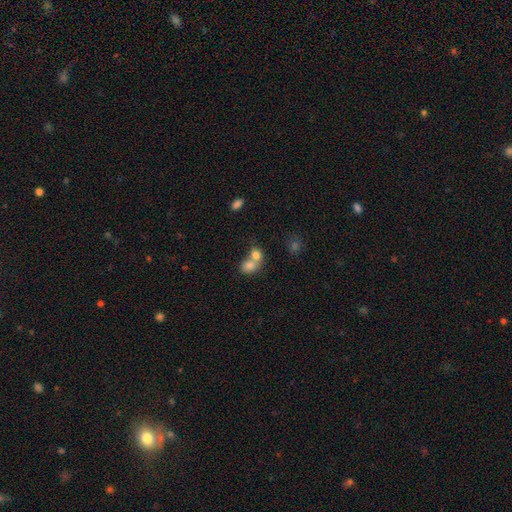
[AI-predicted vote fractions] Smooth or featured? smooth (78%)
How rounded? in between (53%)
Merging? merger (67%)